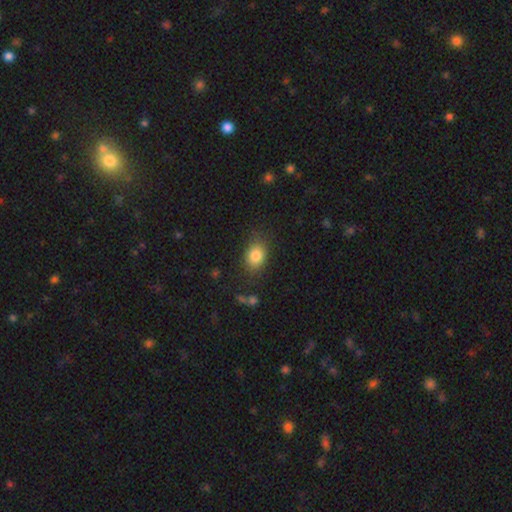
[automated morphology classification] This appears to be a smooth galaxy with no disk features (83%) that is in between round and cigar-shaped (69%). Merging: none (75%).